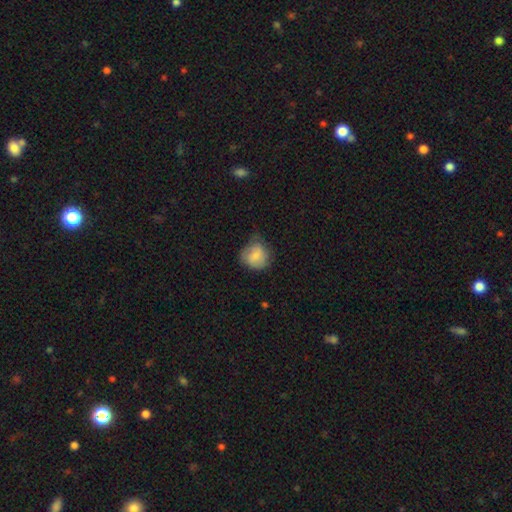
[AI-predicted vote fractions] smooth-or-featured: smooth: 77% | featured or disk: 15% | star or artifact: 8%
  how-rounded: round: 73% | in between: 26% | cigar-shaped: 1%
  merging: none: 47% | minor disturbance: 38% | major disturbance: 14% | merger: 2%